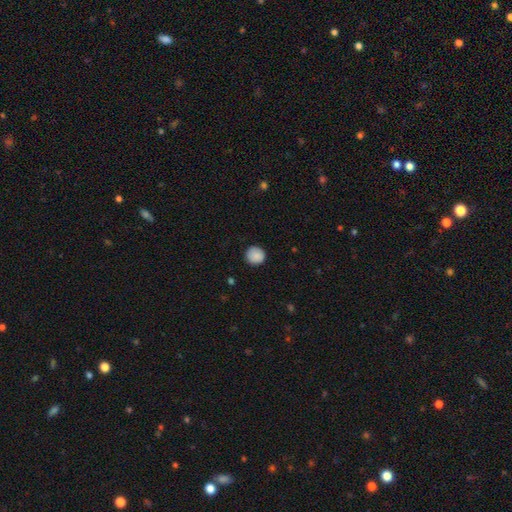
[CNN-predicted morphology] A smooth galaxy with no disk features (88%) that is round (93%). Merging: none (89%).